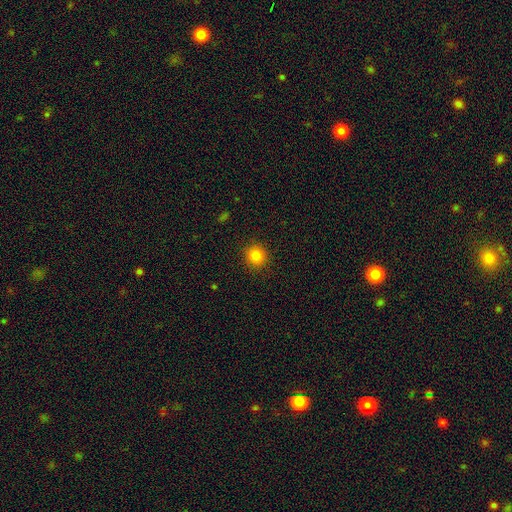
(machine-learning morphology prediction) Smooth or featured? smooth (84%)
How rounded? round (91%)
Merging? none (91%)